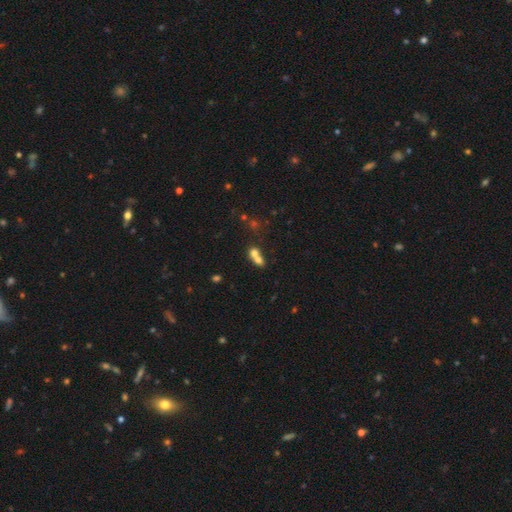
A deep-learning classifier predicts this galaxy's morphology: Q: Smooth or featured?
A: smooth (66%); runner-up: featured or disk (19%)
Q: How rounded?
A: round (54%); runner-up: in between (43%)
Q: Merging?
A: merger (67%); runner-up: none (24%)